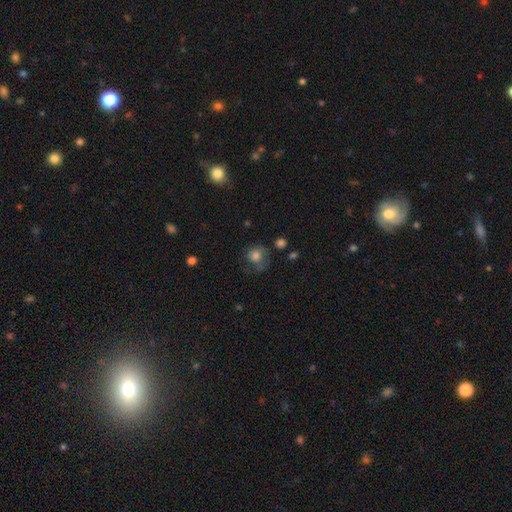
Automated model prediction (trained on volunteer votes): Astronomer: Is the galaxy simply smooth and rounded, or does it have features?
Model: smooth — 73%.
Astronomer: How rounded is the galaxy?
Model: round — 77%.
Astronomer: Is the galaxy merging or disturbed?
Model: none — 42% (runner-up: major disturbance, 29%).